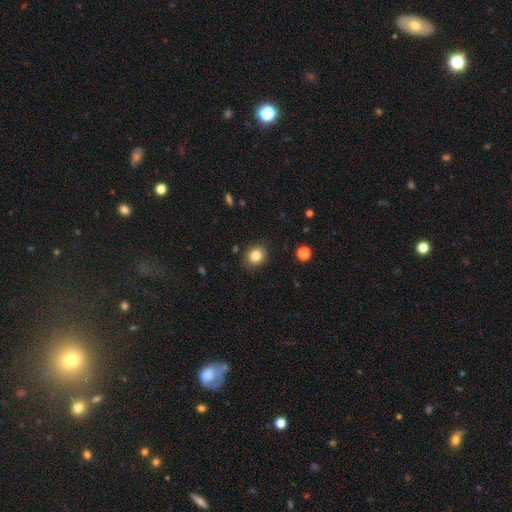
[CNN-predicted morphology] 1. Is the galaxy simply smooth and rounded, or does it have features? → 83% smooth, 11% star or artifact, 6% featured or disk.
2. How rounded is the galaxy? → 77% round, 23% in between, 1% cigar-shaped.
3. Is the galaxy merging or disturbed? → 89% none, 8% minor disturbance, 2% major disturbance, 1% merger.